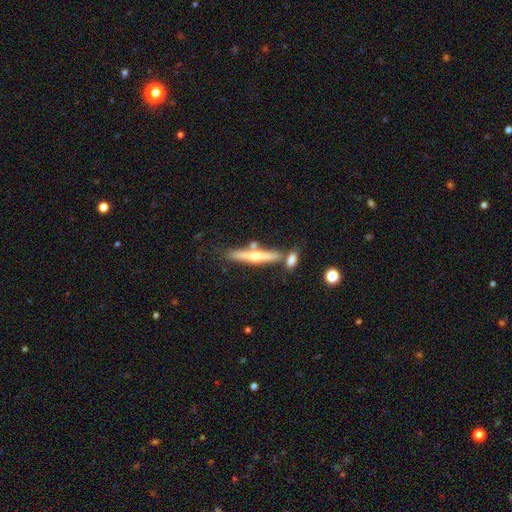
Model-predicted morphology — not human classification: featured or disk 65%, smooth 29%, star or artifact 6%. Down the decision tree: edge-on disk — yes (95%); edge-on bulge — rounded (92%); merging — none (69%).